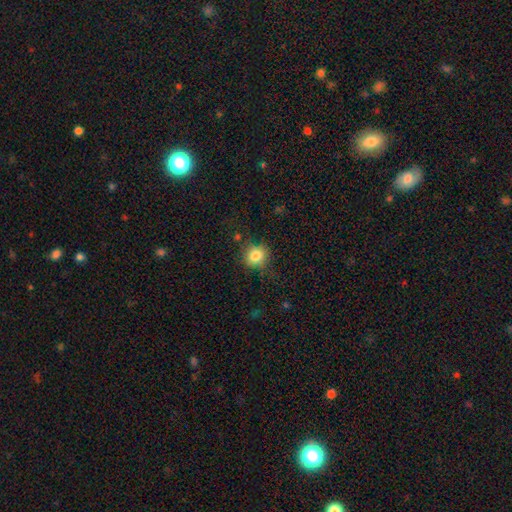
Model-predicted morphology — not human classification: This is clearly a smooth galaxy (82%). How rounded: clearly round (83%). Merging: likely none (77%).